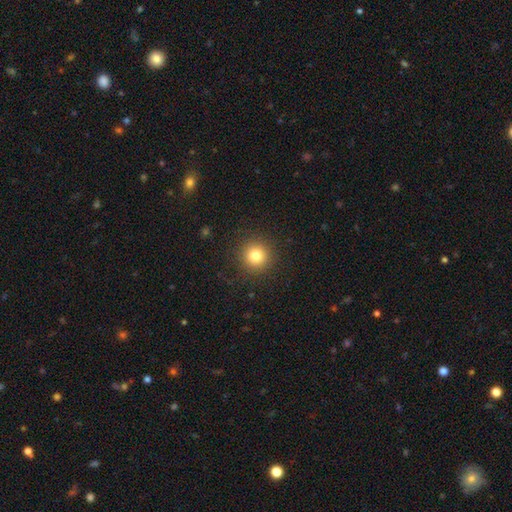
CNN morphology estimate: A smooth galaxy with no disk features (81%) that is round (94%). Merging: none (90%).